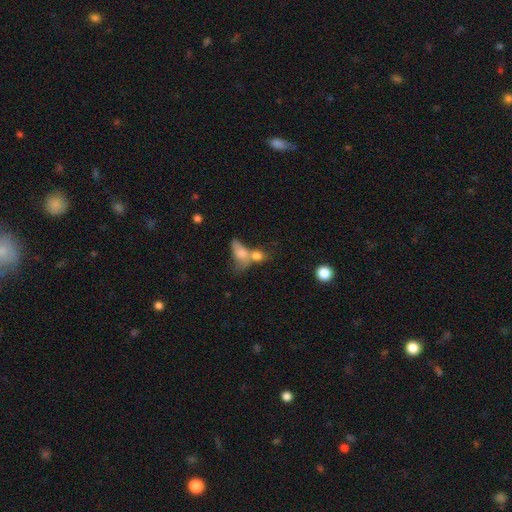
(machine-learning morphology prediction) type=smooth (47%); merging=none (45%).